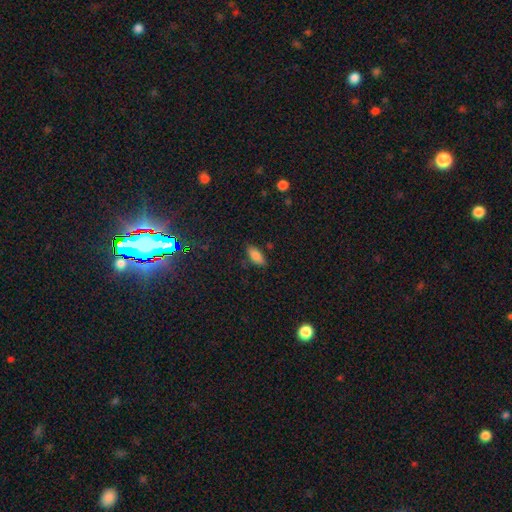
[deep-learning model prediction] This is clearly a smooth galaxy (83%). How rounded: clearly in between (86%). Merging: clearly none (81%).